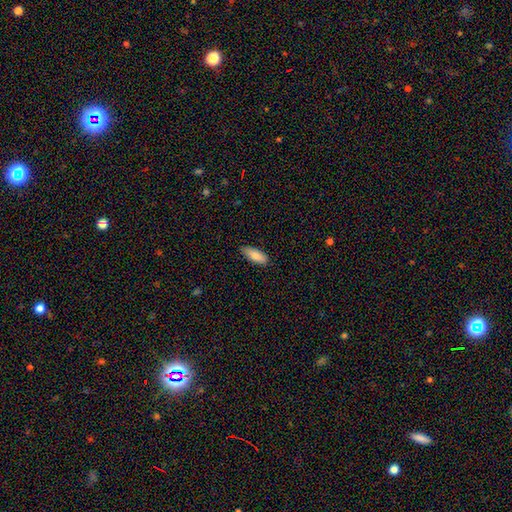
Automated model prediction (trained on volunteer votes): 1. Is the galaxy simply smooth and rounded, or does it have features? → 85% smooth, 9% featured or disk, 6% star or artifact.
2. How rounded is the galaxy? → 72% in between, 26% cigar-shaped, 2% round.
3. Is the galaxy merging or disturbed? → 84% none, 12% minor disturbance, 2% major disturbance, 1% merger.